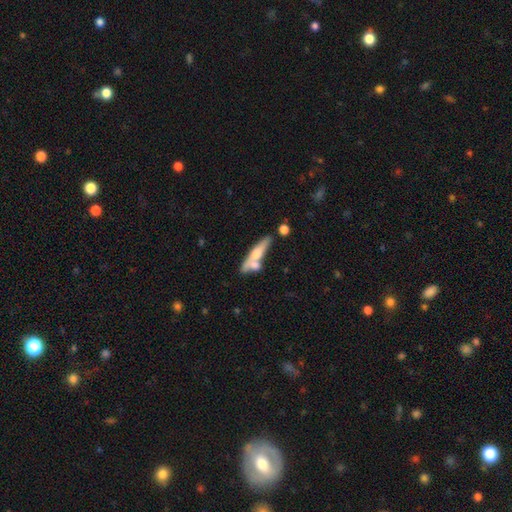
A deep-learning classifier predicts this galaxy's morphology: Overall: smooth (48%; featured or disk 46%). Merging: none (44%; merger 36%).